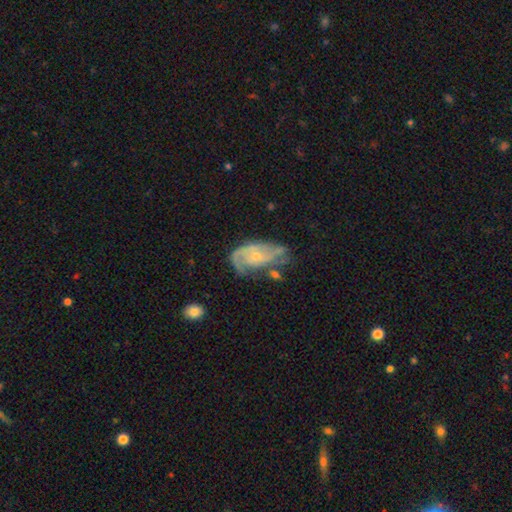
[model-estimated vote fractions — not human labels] smooth-or-featured: featured or disk: 77% | smooth: 17% | star or artifact: 6%
  disk-edge-on: no: 96% | yes: 4%
    bar: no: 71% | weak: 25% | strong: 5%
    has-spiral-arms: yes: 89% | no: 11%
      spiral-winding: medium: 42% | tight: 34% | loose: 24%
      spiral-arm-count: 2: 49% | can't tell: 21% | 1: 18% | 3: 8% | 4: 2% | more than 4: 2%
    bulge-size: small: 70% | moderate: 25% | none: 3% | large: 1% | dominant: 1%
  merging: none: 42% | minor disturbance: 29% | major disturbance: 23% | merger: 7%